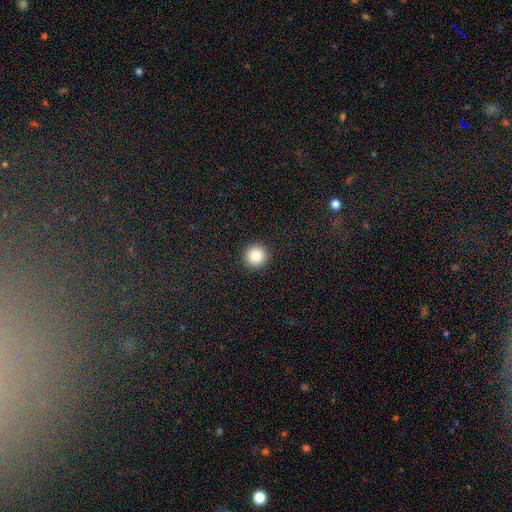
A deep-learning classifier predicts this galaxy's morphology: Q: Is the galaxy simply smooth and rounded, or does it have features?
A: smooth — 86%.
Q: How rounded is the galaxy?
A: round — 96%.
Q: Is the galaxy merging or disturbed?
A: none — 93%.